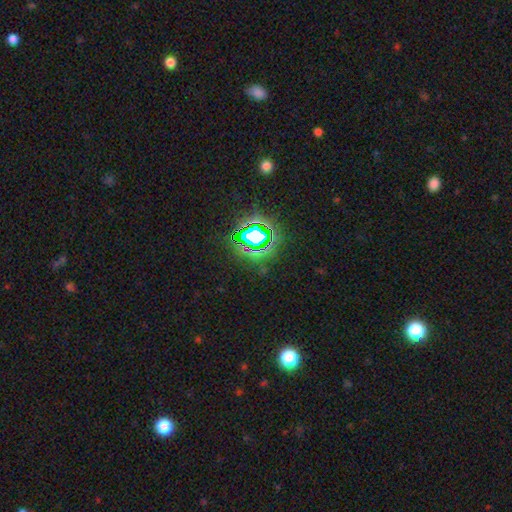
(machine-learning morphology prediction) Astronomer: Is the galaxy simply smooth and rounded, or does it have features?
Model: star or artifact — 79%.